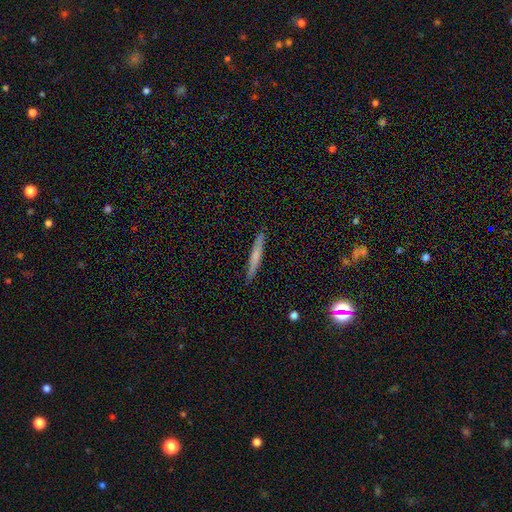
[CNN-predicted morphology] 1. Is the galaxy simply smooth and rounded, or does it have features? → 59% smooth, 34% featured or disk, 7% star or artifact.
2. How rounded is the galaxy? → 95% cigar-shaped, 3% in between, 2% round.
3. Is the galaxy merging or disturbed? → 91% none, 7% minor disturbance, 1% major disturbance, 1% merger.